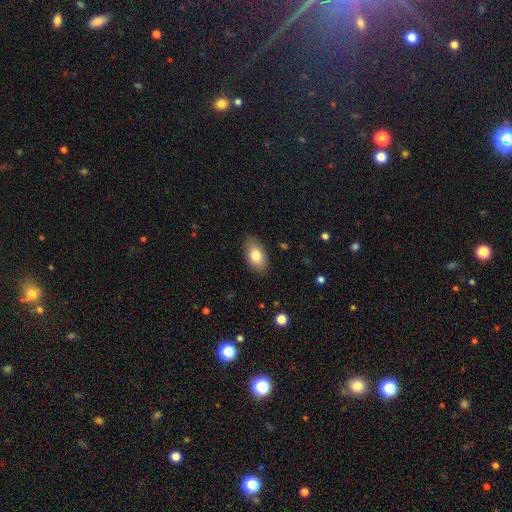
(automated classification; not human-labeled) Morphology: type=smooth (81%); roundness=in between (93%); merging=none (86%).